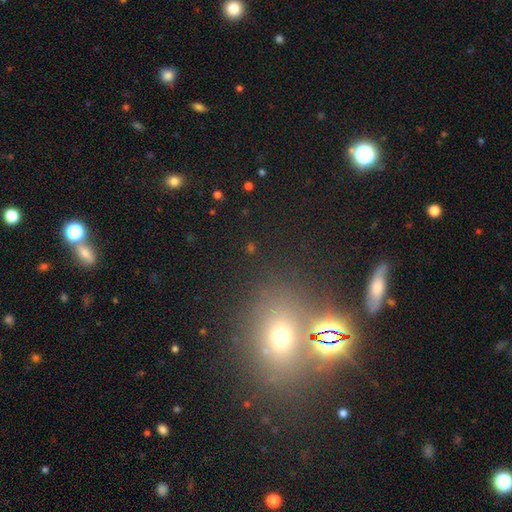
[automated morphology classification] The model was most divided on "smooth or featured": smooth: 45%, star or artifact: 40%, featured or disk: 15%. More confident: merging — none (68%).